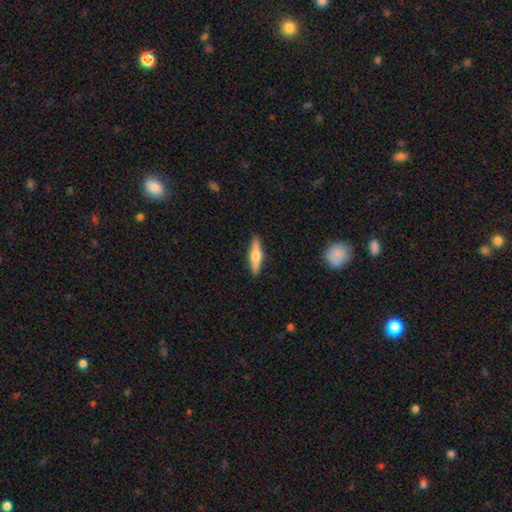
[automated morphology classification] A featured or disk galaxy (53%) viewed edge-on (95%) with a rounded central bulge (92%). Merging: none (90%).